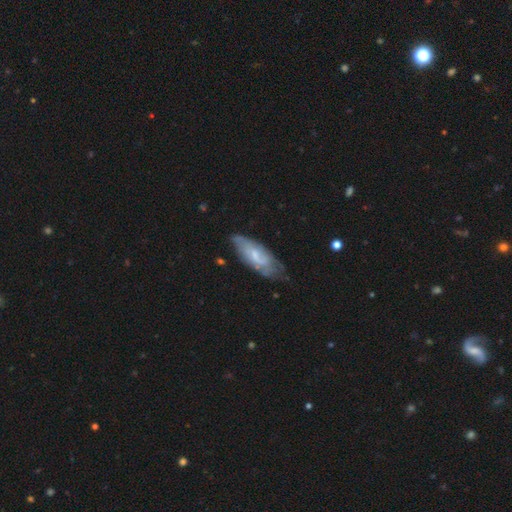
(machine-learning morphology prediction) This appears to be a featured or disk galaxy (56%). Merging: none (55%).